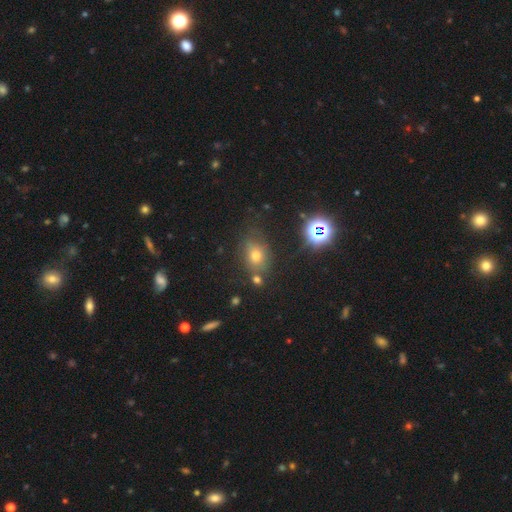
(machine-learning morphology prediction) Q: Smooth or featured?
A: smooth (64%); runner-up: star or artifact (23%)
Q: How rounded?
A: in between (55%); runner-up: round (43%)
Q: Merging?
A: none (67%); runner-up: minor disturbance (17%)